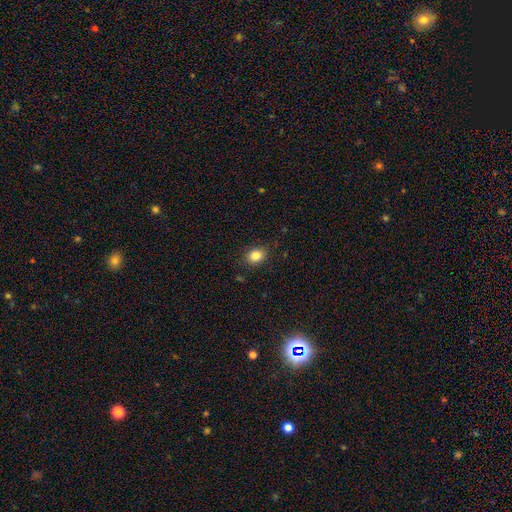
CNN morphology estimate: Smooth or featured?
  - smooth: 84% *
  - star or artifact: 10%
  - featured or disk: 6%
How rounded?
  - in between: 50% *
  - round: 49%
  - cigar-shaped: 1%
Merging?
  - none: 87% *
  - minor disturbance: 10%
  - major disturbance: 3%
  - merger: 1%